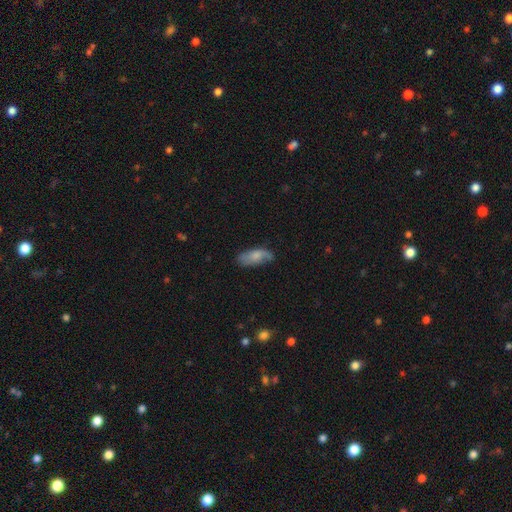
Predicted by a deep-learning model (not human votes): Smooth or featured?
  - smooth: 64% *
  - featured or disk: 29%
  - star or artifact: 7%
How rounded?
  - in between: 82% *
  - cigar-shaped: 16%
  - round: 3%
Merging?
  - none: 61% *
  - minor disturbance: 28%
  - major disturbance: 8%
  - merger: 2%